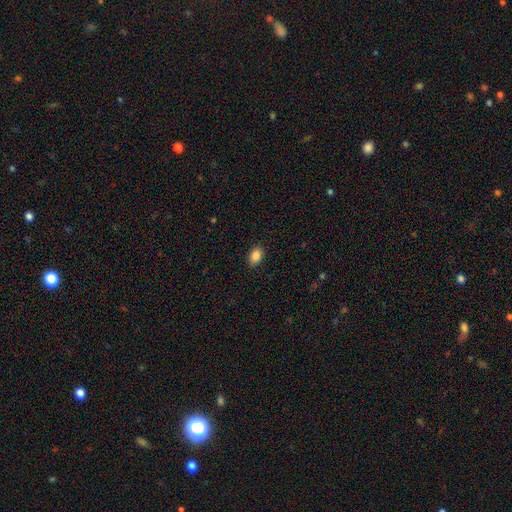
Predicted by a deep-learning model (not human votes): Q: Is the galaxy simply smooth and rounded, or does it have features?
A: smooth — 88%.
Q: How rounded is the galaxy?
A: in between — 82%.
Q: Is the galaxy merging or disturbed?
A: none — 88%.